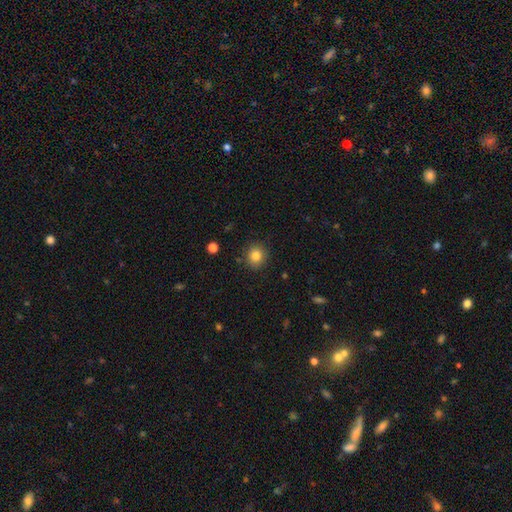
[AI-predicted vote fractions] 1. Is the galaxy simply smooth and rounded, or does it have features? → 83% smooth, 11% star or artifact, 6% featured or disk.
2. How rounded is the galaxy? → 88% round, 11% in between, 1% cigar-shaped.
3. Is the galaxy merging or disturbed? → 89% none, 8% minor disturbance, 2% major disturbance, 2% merger.